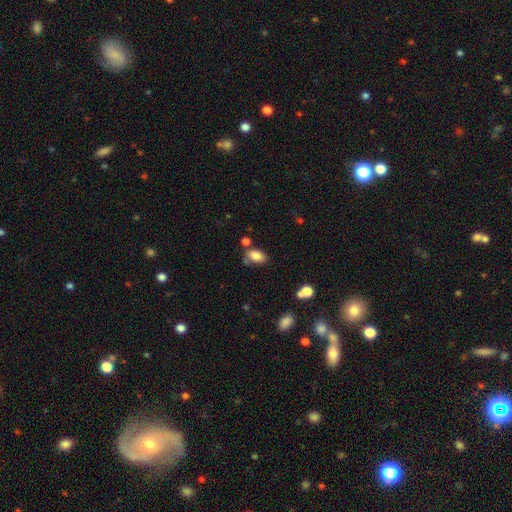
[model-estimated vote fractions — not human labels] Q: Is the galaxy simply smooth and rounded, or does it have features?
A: smooth — 83%.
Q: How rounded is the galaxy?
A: in between — 90%.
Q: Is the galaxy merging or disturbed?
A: none — 63%.